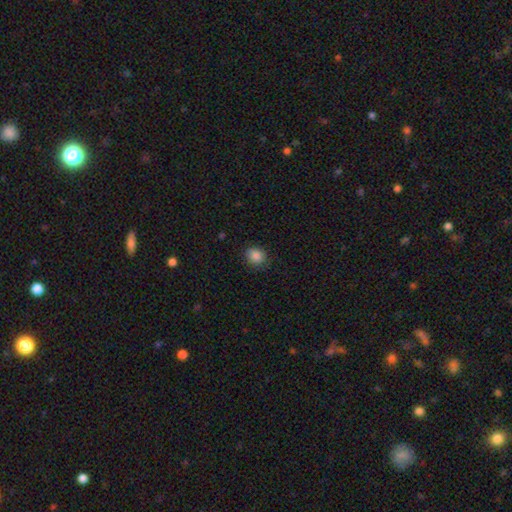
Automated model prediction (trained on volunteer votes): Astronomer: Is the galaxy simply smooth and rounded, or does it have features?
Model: smooth — 86%.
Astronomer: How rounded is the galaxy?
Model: round — 69%.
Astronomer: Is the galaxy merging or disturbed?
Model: none — 86%.